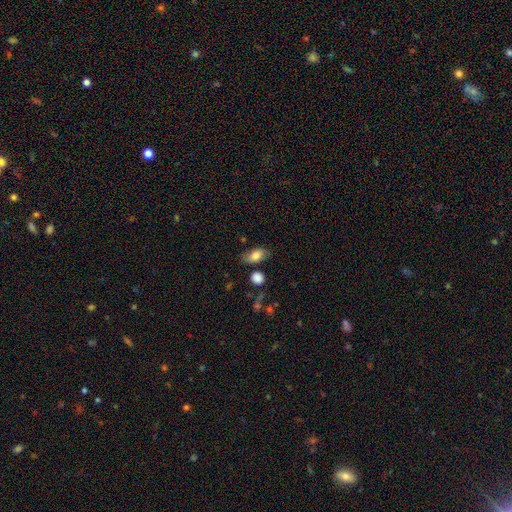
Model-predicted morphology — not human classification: smooth-or-featured: smooth: 72% | featured or disk: 19% | star or artifact: 8%
  how-rounded: in between: 88% | round: 8% | cigar-shaped: 4%
  merging: none: 70% | minor disturbance: 20% | major disturbance: 6% | merger: 5%